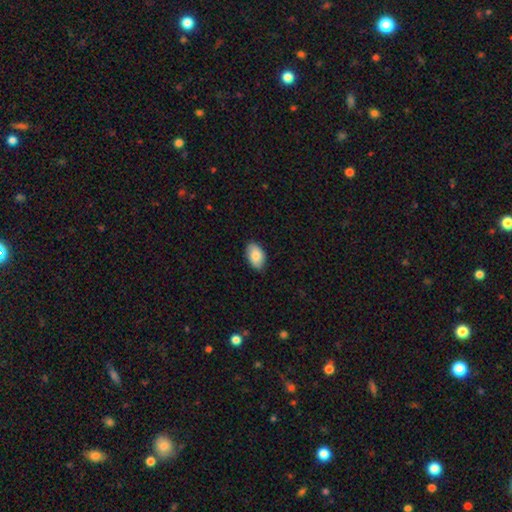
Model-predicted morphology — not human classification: smooth-or-featured: smooth: 83% | featured or disk: 10% | star or artifact: 6%
  how-rounded: in between: 93% | round: 6% | cigar-shaped: 1%
  merging: none: 84% | minor disturbance: 13% | major disturbance: 2% | merger: 1%